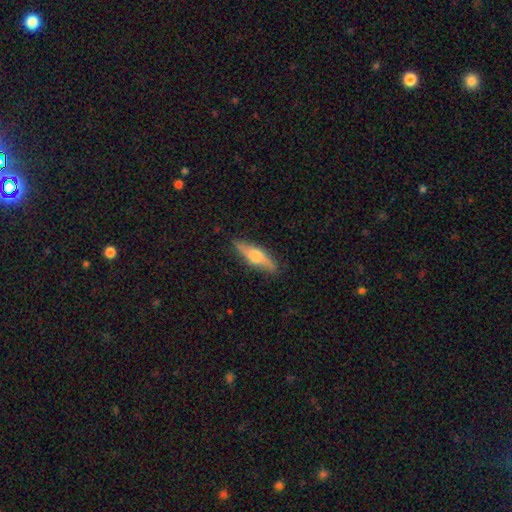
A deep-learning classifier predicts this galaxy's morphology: A smooth galaxy with no disk features (48%).

Vote fractions:
- Smooth or featured? smooth: 48% / featured or disk: 46% / star or artifact: 6%
- Merging? none: 85% / minor disturbance: 12% / major disturbance: 2% / merger: 1%